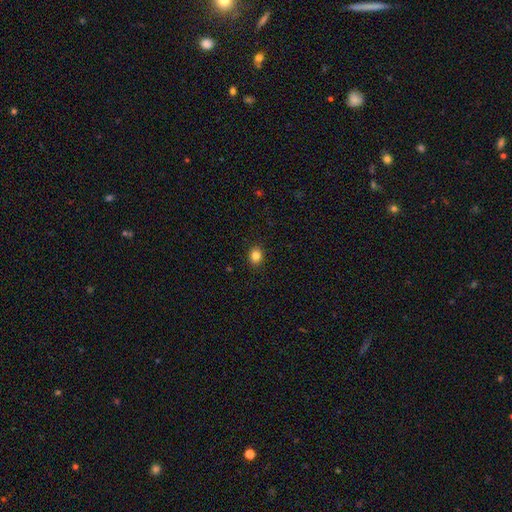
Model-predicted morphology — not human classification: Q: Smooth or featured?
A: smooth (84%); runner-up: star or artifact (11%)
Q: How rounded?
A: round (63%); runner-up: in between (36%)
Q: Merging?
A: none (91%); runner-up: minor disturbance (6%)